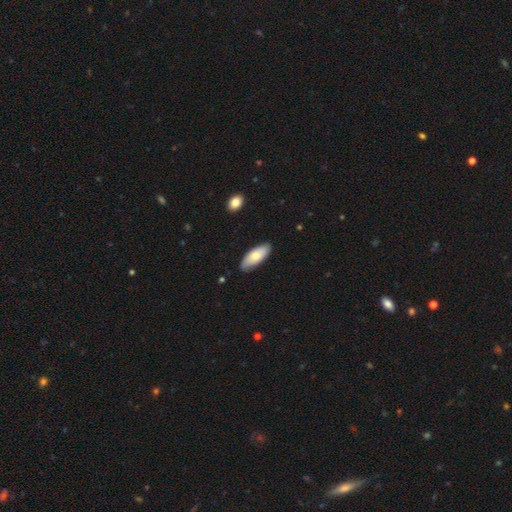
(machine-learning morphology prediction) Overall: smooth (69%). How rounded: in between (83%). Merging: none (85%).